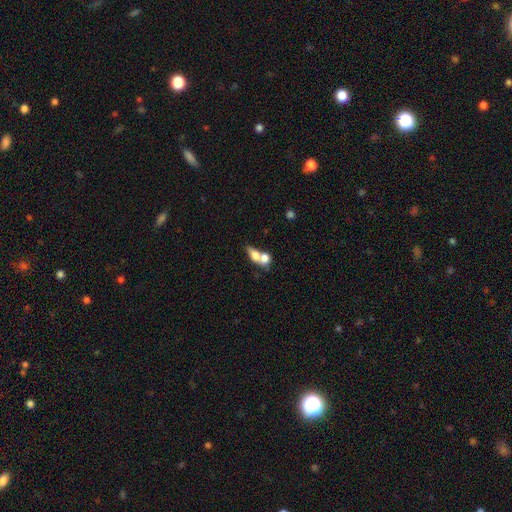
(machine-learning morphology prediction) This appears to be a smooth galaxy with no disk features (68%) that is in between round and cigar-shaped (61%). Merging: merger (62%).